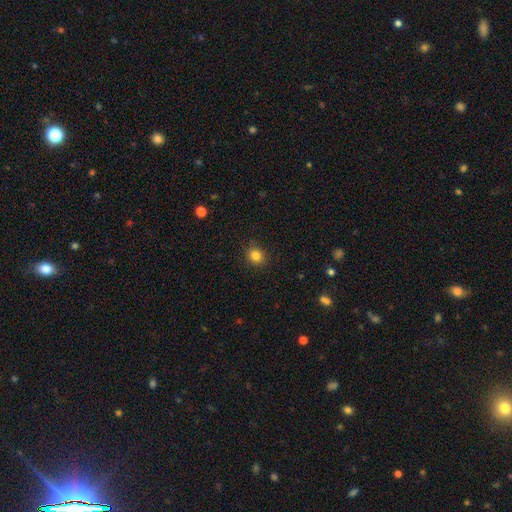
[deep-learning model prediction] The model was most divided on "how rounded": round: 83%, in between: 16%, cigar-shaped: 1%. More confident: merging — none (87%); smooth or featured — smooth (83%).